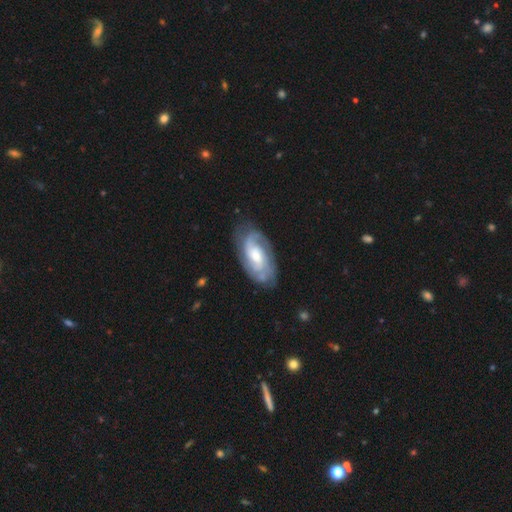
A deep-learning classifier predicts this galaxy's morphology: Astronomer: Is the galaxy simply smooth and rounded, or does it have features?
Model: featured or disk — 78%.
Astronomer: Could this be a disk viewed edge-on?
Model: no — 95%.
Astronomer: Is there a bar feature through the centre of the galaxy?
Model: no — 56% (runner-up: weak, 36%).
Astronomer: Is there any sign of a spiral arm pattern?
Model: yes — 94%.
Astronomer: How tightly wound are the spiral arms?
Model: tight — 51% (runner-up: medium, 38%).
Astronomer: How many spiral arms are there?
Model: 2 — 41% (runner-up: can't tell, 28%).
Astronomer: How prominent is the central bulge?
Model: moderate — 50%.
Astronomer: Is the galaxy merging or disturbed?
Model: none — 72%.